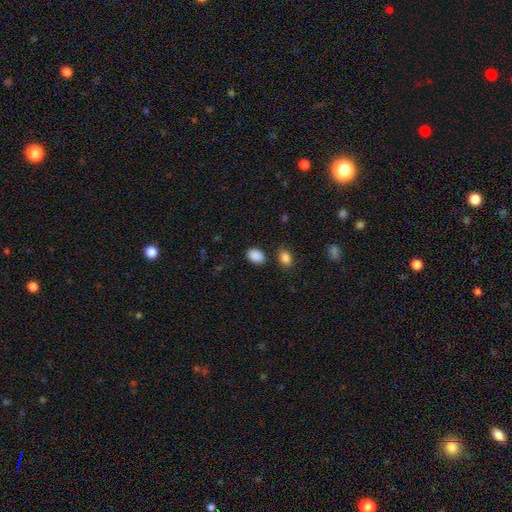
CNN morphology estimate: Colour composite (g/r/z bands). It shows a smooth galaxy with no disk features (89%) that is in between round and cigar-shaped (79%). Merging: none (82%).